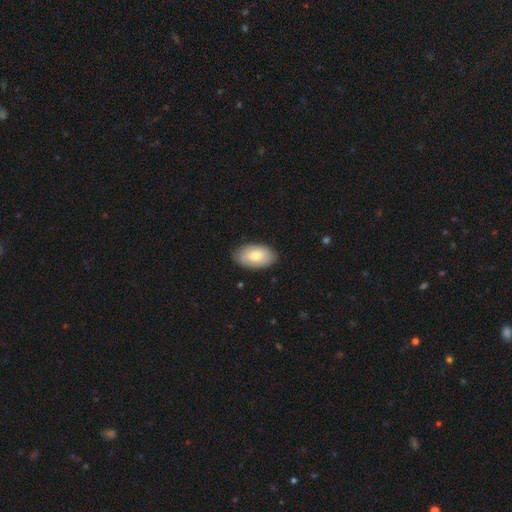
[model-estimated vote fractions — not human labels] Smooth or featured?
  - smooth: 74% *
  - featured or disk: 20%
  - star or artifact: 6%
How rounded?
  - in between: 94% *
  - round: 5%
  - cigar-shaped: 1%
Merging?
  - none: 85% *
  - minor disturbance: 11%
  - major disturbance: 2%
  - merger: 1%